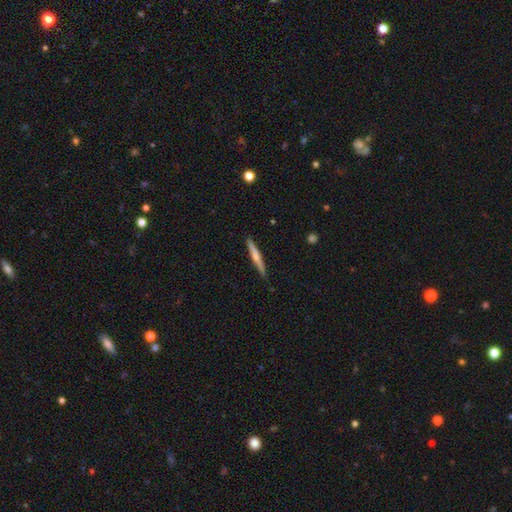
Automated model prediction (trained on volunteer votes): The model was most divided on "smooth or featured": smooth: 50%, featured or disk: 44%, star or artifact: 5%. More confident: how rounded — cigar-shaped (95%); merging — none (89%).